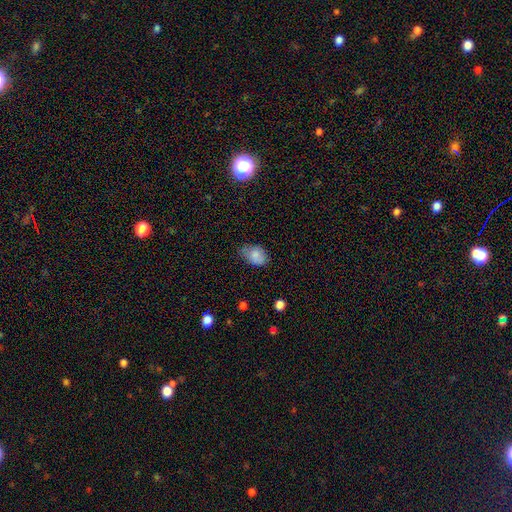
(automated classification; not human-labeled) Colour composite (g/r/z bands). It shows a smooth galaxy with no disk features (80%) that is in between round and cigar-shaped (81%). Merging: none (56%).